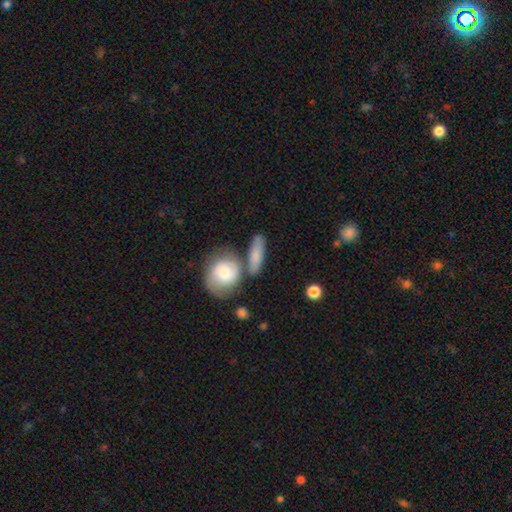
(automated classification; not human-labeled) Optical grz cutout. It shows a smooth galaxy with no disk features (74%) that is in between round and cigar-shaped (48%). Merging: none (57%).